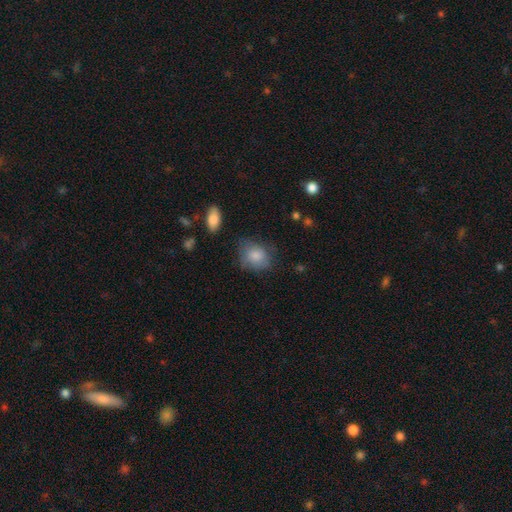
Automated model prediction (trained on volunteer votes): Smooth or featured?
  - smooth: 82% *
  - featured or disk: 11%
  - star or artifact: 7%
How rounded?
  - in between: 51% *
  - round: 48%
  - cigar-shaped: 1%
Merging?
  - none: 62% *
  - minor disturbance: 27%
  - major disturbance: 9%
  - merger: 2%